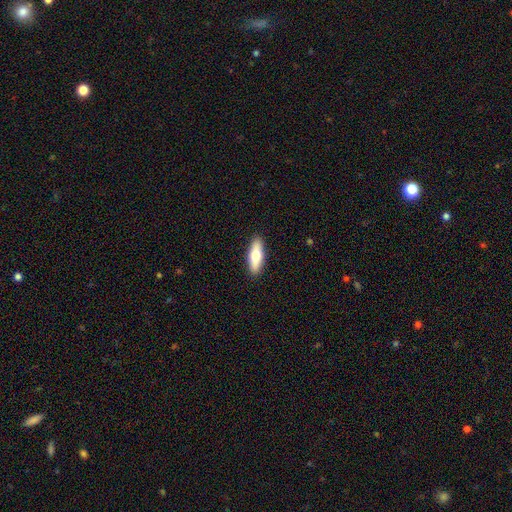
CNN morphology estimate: smooth-or-featured: smooth: 65% | featured or disk: 29% | star or artifact: 6%
  how-rounded: in between: 54% | cigar-shaped: 43% | round: 2%
  merging: none: 91% | minor disturbance: 7% | major disturbance: 2% | merger: 1%